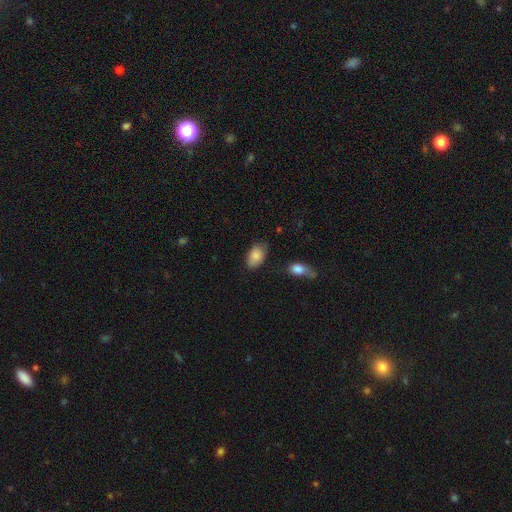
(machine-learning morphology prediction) type=smooth (86%); roundness=in between (90%); merging=none (69%).